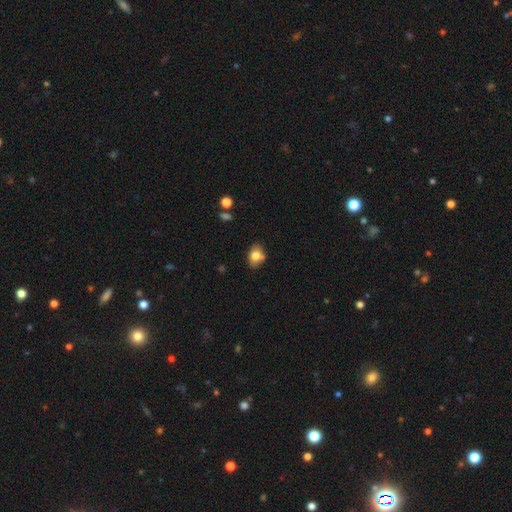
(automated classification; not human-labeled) Smooth or featured: smooth — 78% (featured or disk — 12%)
How rounded: in between — 70% (round — 28%)
Merging: none — 71% (minor disturbance — 16%)